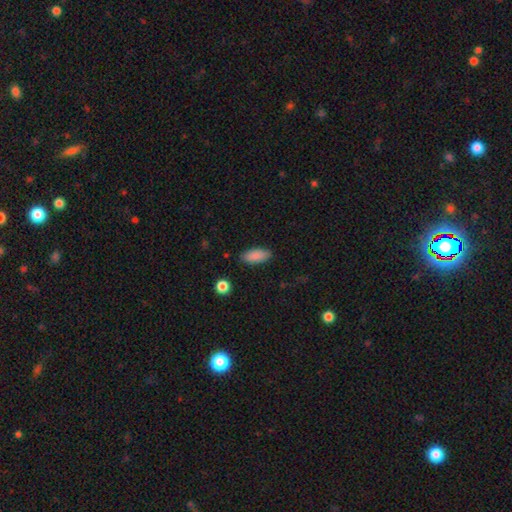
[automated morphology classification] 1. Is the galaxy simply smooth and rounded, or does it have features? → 88% smooth, 7% star or artifact, 5% featured or disk.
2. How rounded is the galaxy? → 86% in between, 12% cigar-shaped, 2% round.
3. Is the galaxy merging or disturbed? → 85% none, 11% minor disturbance, 2% major disturbance, 2% merger.